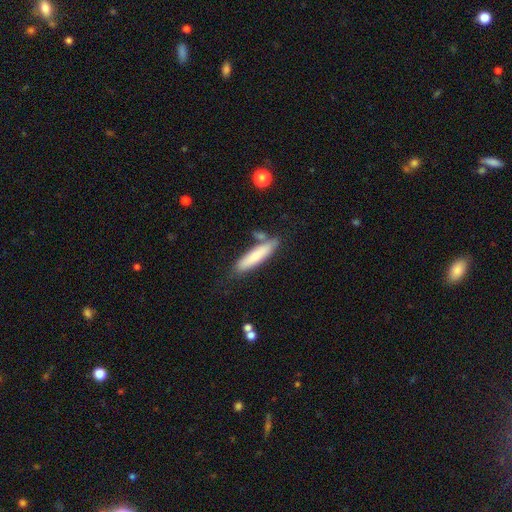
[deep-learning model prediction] smooth-or-featured: smooth: 76% | featured or disk: 18% | star or artifact: 6%
  how-rounded: cigar-shaped: 82% | in between: 17% | round: 1%
  merging: none: 71% | minor disturbance: 16% | merger: 9% | major disturbance: 4%